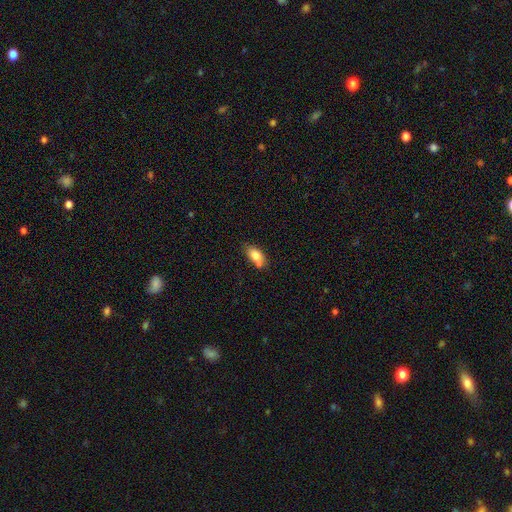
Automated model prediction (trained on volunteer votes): smooth 78%, featured or disk 14%, star or artifact 8%. Down the decision tree: how rounded — in between (86%); merging — none (50%).